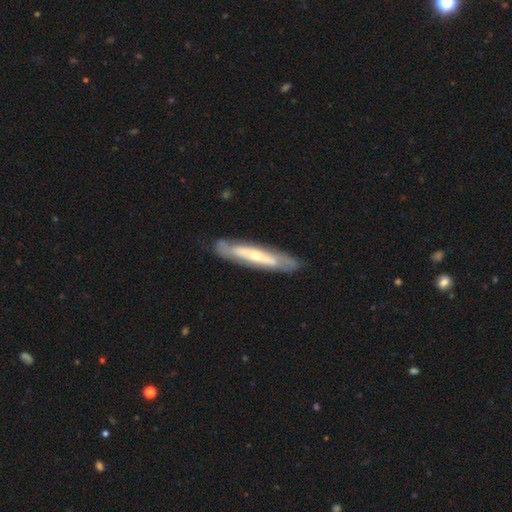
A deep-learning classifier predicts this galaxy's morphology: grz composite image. It shows a featured or disk galaxy (64%) viewed edge-on (53%). Merging: none (81%).